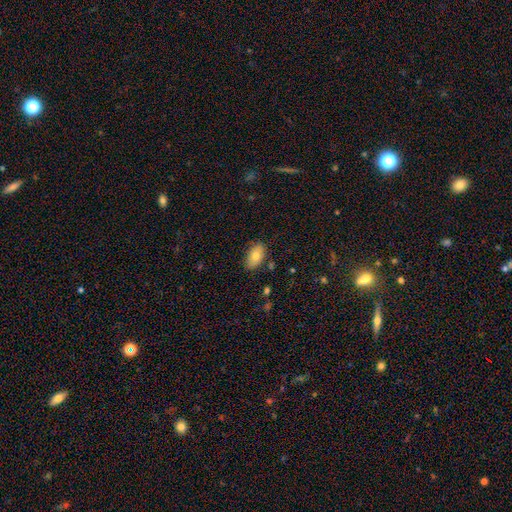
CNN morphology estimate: Q: Smooth or featured?
A: smooth (75%); runner-up: featured or disk (17%)
Q: How rounded?
A: in between (91%); runner-up: round (7%)
Q: Merging?
A: none (82%); runner-up: minor disturbance (14%)